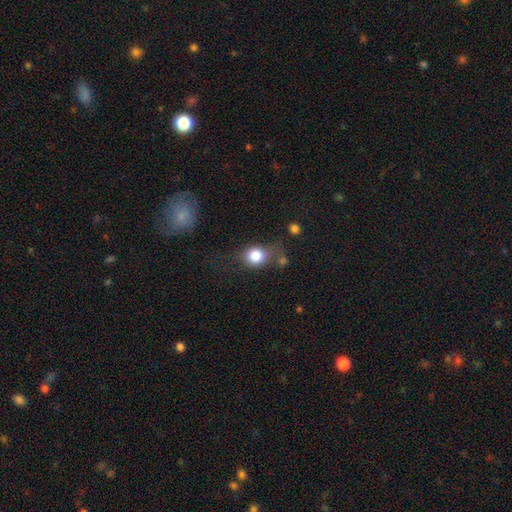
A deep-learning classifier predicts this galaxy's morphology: A smooth galaxy with no disk features (80%) that is round (68%).

Vote fractions:
- Smooth or featured? smooth: 80% / featured or disk: 10% / star or artifact: 9%
- How rounded? round: 68% / in between: 31% / cigar-shaped: 1%
- Merging? none: 54% / minor disturbance: 25% / major disturbance: 14% / merger: 7%